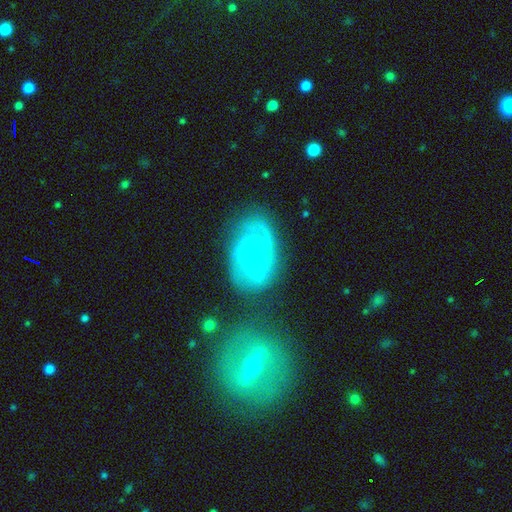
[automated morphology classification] The model was most divided on "spiral arm count": 2: 38%, can't tell: 30%, 3: 15%, 1: 8%, 4: 5%, more than 4: 4%. More confident: edge-on disk — no (97%); spiral arms — yes (89%); smooth or featured — featured or disk (78%); merging — none (62%); bulge size — small (61%); bar — no (60%); spiral winding — tight (54%).